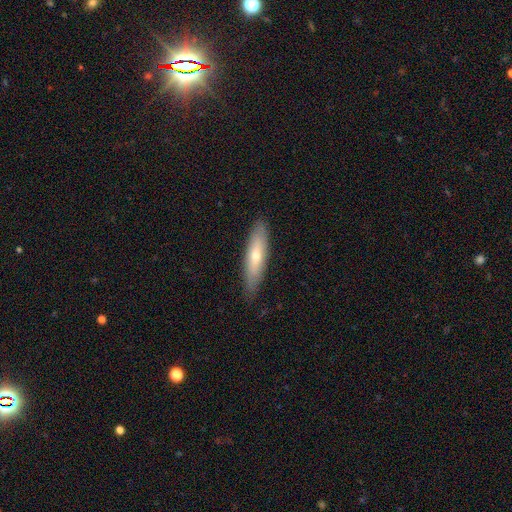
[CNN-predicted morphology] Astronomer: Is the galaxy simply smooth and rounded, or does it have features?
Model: smooth — 59% (runner-up: featured or disk, 35%).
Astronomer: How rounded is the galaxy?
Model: cigar-shaped — 73%.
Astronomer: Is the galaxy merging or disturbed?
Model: none — 86%.